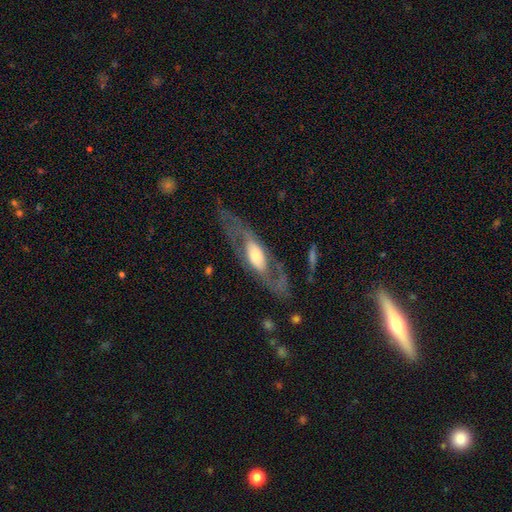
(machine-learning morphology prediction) smooth_or_featured: featured or disk (p=0.72) [alt: smooth p=0.23]
disk_edge_on: no (p=0.76) [alt: yes p=0.24]
bar: no (p=0.62) [alt: weak p=0.21]
has_spiral_arms: yes (p=0.57) [alt: no p=0.43]
bulge_size: moderate (p=0.49) [alt: large p=0.26]
merging: none (p=0.66) [alt: major disturbance p=0.16]